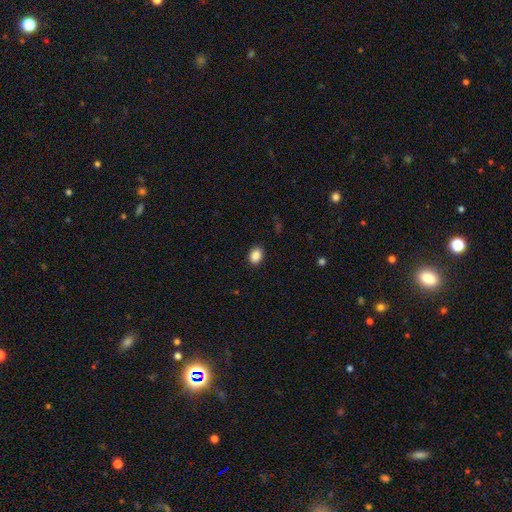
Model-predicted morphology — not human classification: This is clearly a smooth galaxy (88%). How rounded: possibly in between (57%). Merging: clearly none (90%).